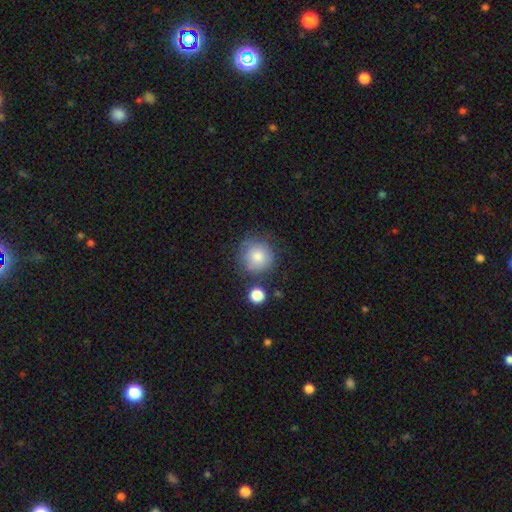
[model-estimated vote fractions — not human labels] This appears to be a smooth galaxy with no disk features (80%) that is round (93%). Merging: none (74%).